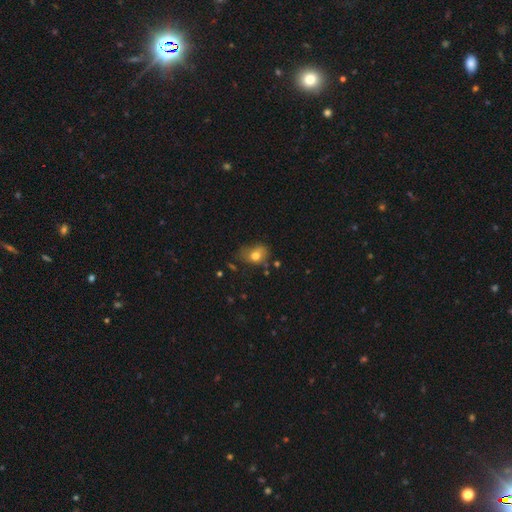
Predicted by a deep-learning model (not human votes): This is likely a smooth galaxy (71%). How rounded: likely in between (63%). Merging: marginally none (45%).